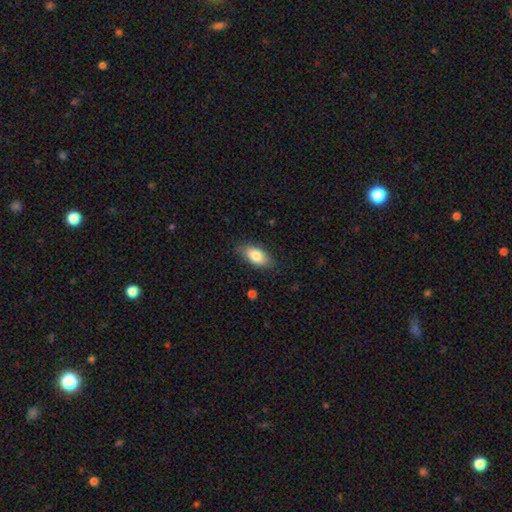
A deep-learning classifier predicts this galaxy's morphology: Smooth or featured? smooth (82%)
How rounded? in between (89%)
Merging? none (82%)